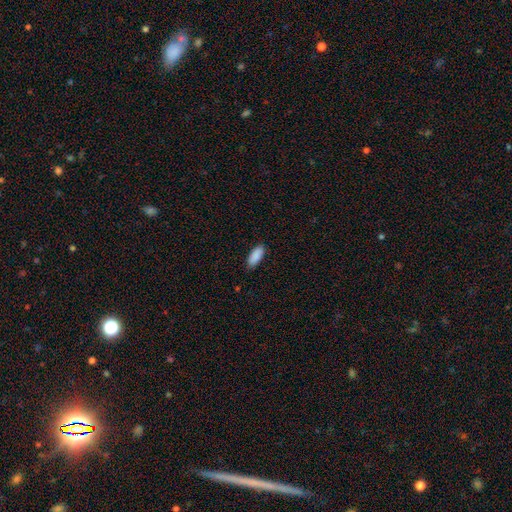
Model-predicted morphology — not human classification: Smooth or featured? Predicted: smooth (p=0.90). How rounded? Predicted: in between (p=0.83). Merging? Predicted: none (p=0.86).